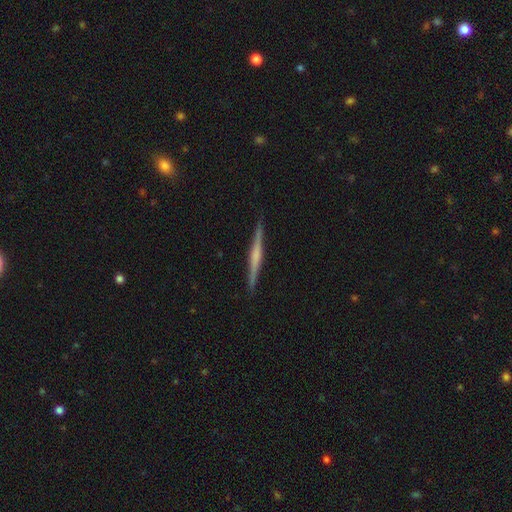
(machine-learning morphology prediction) Q: Smooth or featured?
A: featured or disk (68%); runner-up: smooth (27%)
Q: Edge-on disk?
A: yes (98%); runner-up: no (2%)
Q: Edge-on bulge?
A: rounded (45%); runner-up: none (34%)
Q: Merging?
A: none (91%); runner-up: minor disturbance (6%)